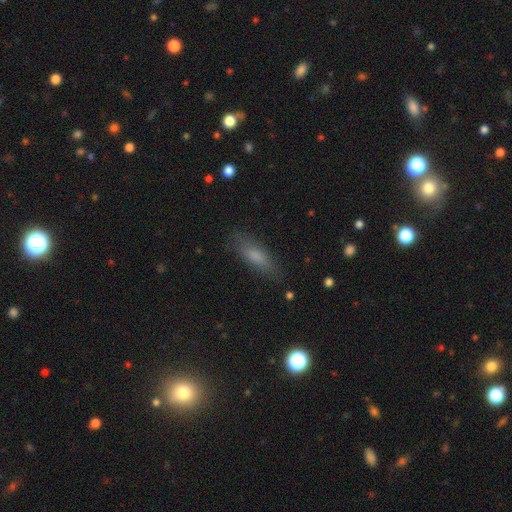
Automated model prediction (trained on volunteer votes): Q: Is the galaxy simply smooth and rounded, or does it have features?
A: smooth — 75%.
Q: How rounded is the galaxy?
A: in between — 51%.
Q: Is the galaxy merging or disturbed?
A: none — 82%.